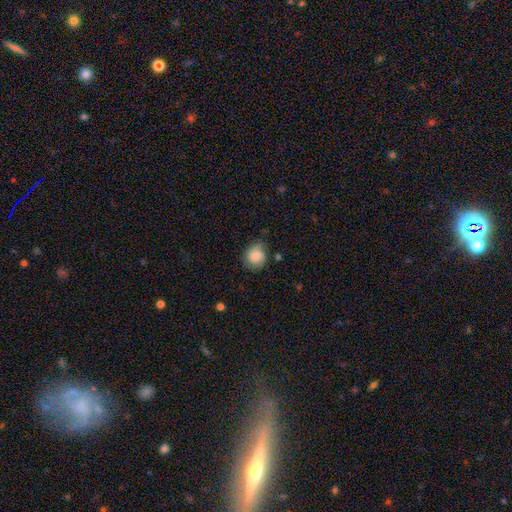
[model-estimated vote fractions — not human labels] Smooth or featured?
  - smooth: 77% *
  - featured or disk: 15%
  - star or artifact: 8%
How rounded?
  - round: 76% *
  - in between: 23%
  - cigar-shaped: 1%
Merging?
  - none: 65% *
  - minor disturbance: 26%
  - major disturbance: 7%
  - merger: 2%